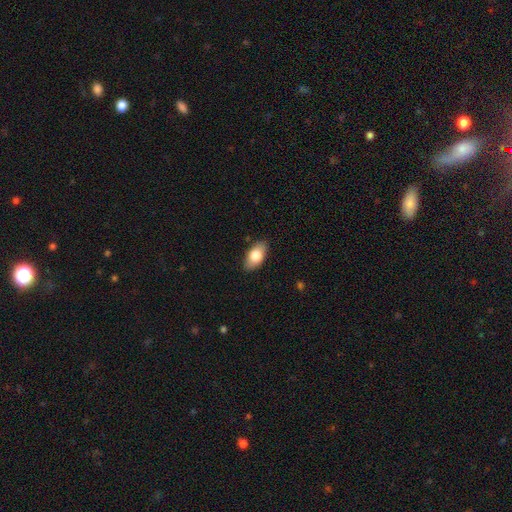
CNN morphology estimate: Smooth or featured? smooth (80%)
How rounded? in between (92%)
Merging? none (86%)